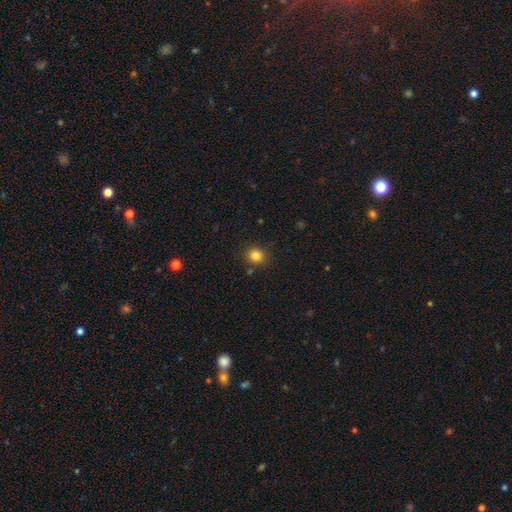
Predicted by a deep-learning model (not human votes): Overall: smooth (83%). How rounded: round (87%). Merging: none (88%).